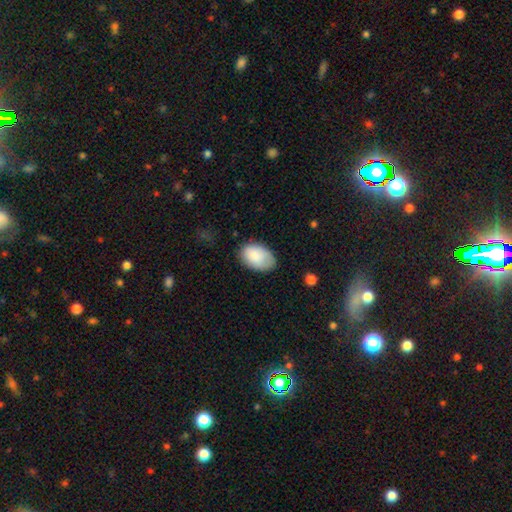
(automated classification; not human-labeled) smooth_or_featured: smooth (p=0.87) [alt: featured or disk p=0.07]
how_rounded: in between (p=0.90) [alt: round p=0.09]
merging: none (p=0.73) [alt: minor disturbance p=0.21]